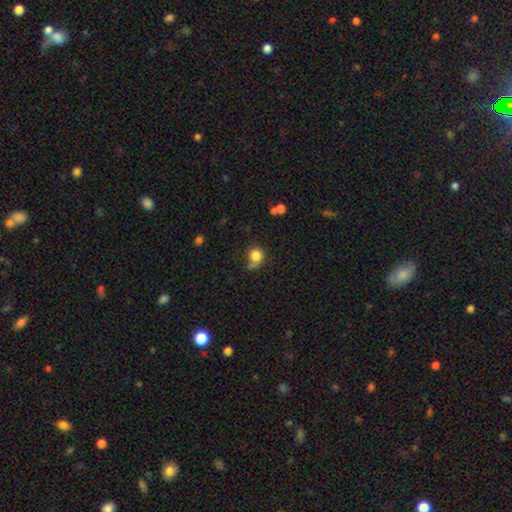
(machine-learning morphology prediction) Smooth or featured? Predicted: smooth (p=0.82). How rounded? Predicted: round (p=0.84). Merging? Predicted: none (p=0.55).